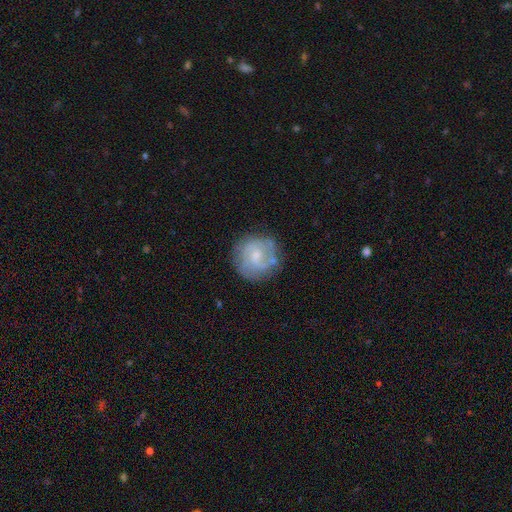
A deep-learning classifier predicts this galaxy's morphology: This is likely a featured or disk galaxy (62%). It is clearly not viewed edge-on (98%). Bar: possibly no (54%). Spiral arm pattern: likely yes (77%). Central bulge: possibly small (52%). Merging: likely none (72%).